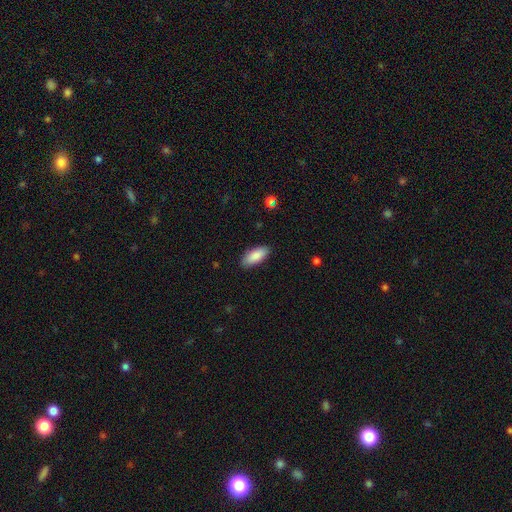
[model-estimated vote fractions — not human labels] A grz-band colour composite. It shows a smooth galaxy with no disk features (87%) that is in between round and cigar-shaped (86%). Merging: none (88%).